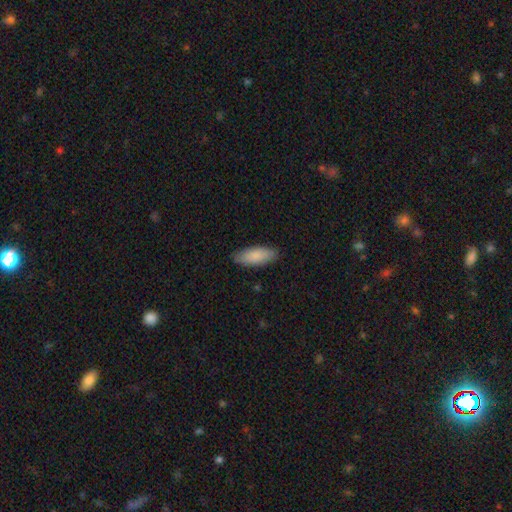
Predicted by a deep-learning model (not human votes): Smooth or featured: smooth — 87% (featured or disk — 8%)
How rounded: in between — 75% (cigar-shaped — 23%)
Merging: none — 87% (minor disturbance — 11%)